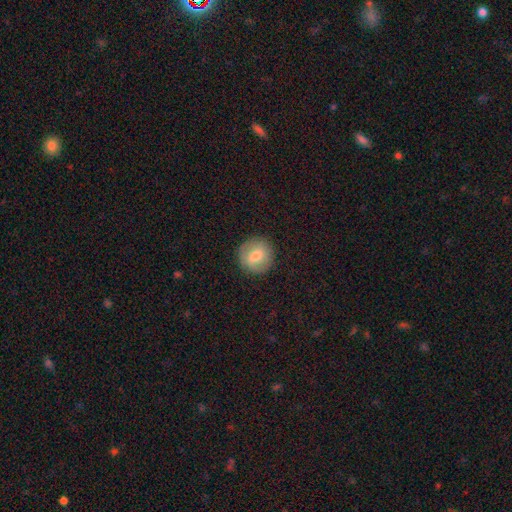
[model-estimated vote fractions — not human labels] This is likely a smooth galaxy (65%). How rounded: clearly round (93%). Merging: clearly none (88%).